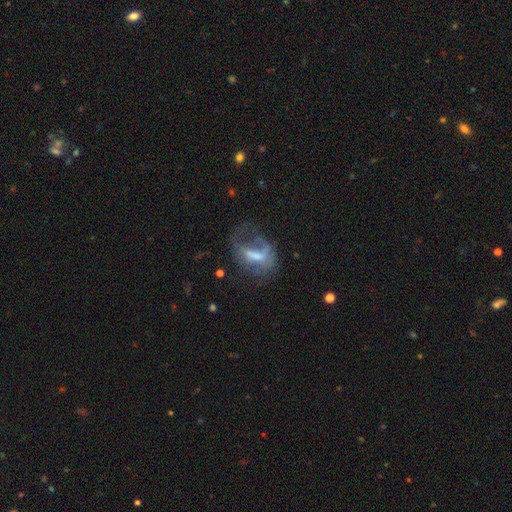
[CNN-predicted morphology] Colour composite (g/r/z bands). It shows a featured or disk galaxy (59%) with no bar (40%, tied with weak), no spiral arms (53%) and a moderate central bulge (35%, tied with small). Merging: major disturbance (45%).